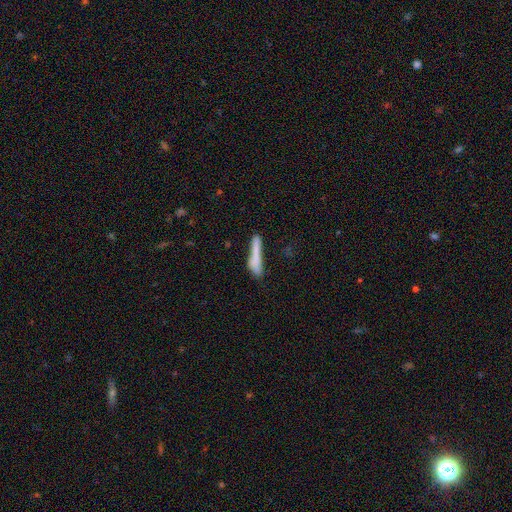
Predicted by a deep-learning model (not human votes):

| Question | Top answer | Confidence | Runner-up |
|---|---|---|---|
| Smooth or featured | smooth | 74% | featured or disk (19%) |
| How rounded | cigar-shaped | 92% | in between (6%) |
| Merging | none | 63% | minor disturbance (21%) |